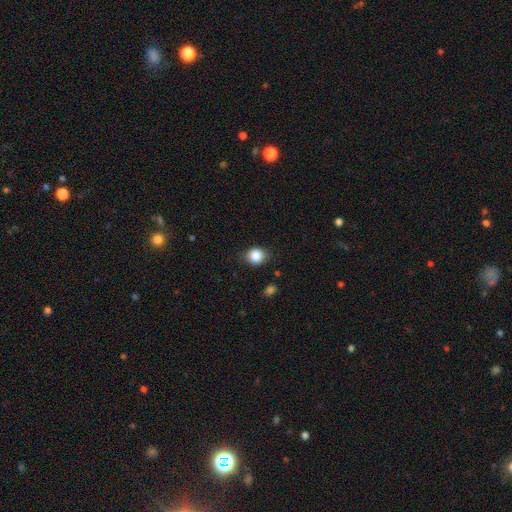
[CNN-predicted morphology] Q: Smooth or featured?
A: smooth (84%); runner-up: star or artifact (9%)
Q: How rounded?
A: round (63%); runner-up: in between (36%)
Q: Merging?
A: none (77%); runner-up: minor disturbance (17%)